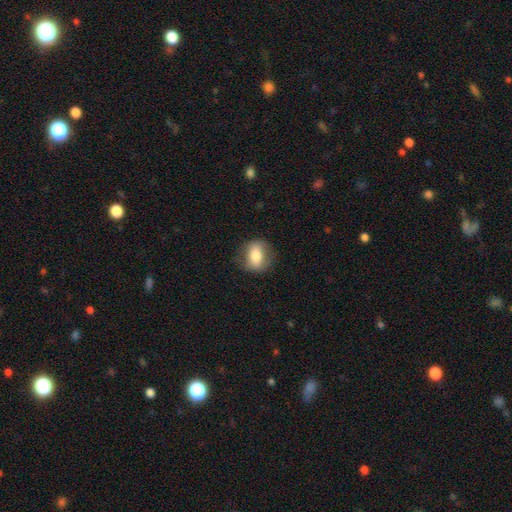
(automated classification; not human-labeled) Morphology: type=smooth (67%); roundness=in between (58%); merging=none (80%).